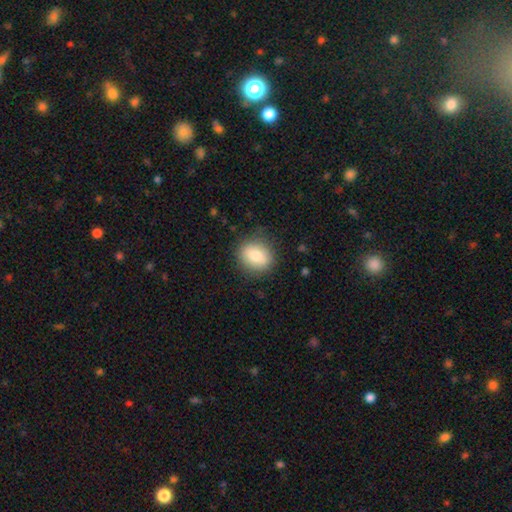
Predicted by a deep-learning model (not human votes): smooth_or_featured: smooth (p=0.80) [alt: featured or disk p=0.12]
how_rounded: round (p=0.69) [alt: in between p=0.30]
merging: none (p=0.84) [alt: minor disturbance p=0.12]